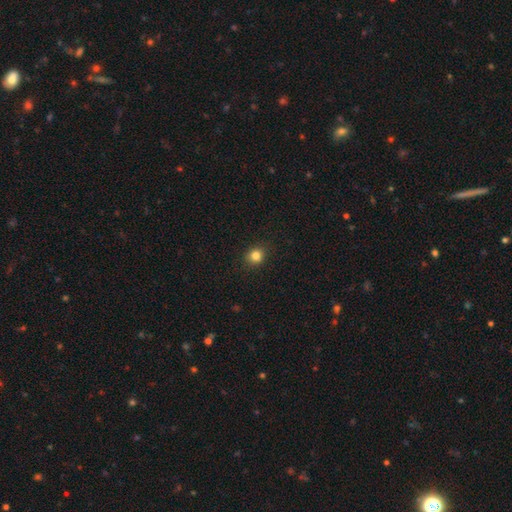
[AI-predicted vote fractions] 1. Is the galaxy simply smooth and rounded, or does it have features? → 83% smooth, 12% star or artifact, 5% featured or disk.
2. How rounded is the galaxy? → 78% round, 21% in between, 1% cigar-shaped.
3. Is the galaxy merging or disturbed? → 89% none, 8% minor disturbance, 2% major disturbance, 1% merger.